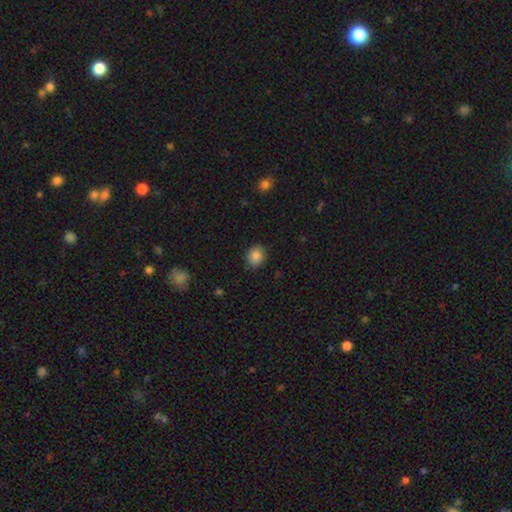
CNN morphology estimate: A smooth galaxy with no disk features (86%) that is round (54%). Merging: none (86%).